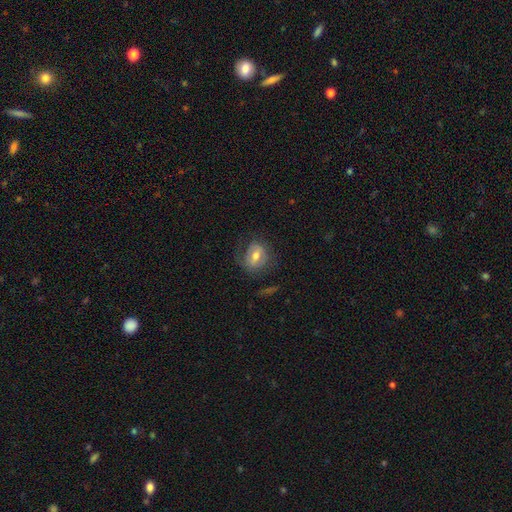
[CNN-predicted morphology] Smooth or featured? Predicted: smooth (p=0.48). Merging? Predicted: none (p=0.61).